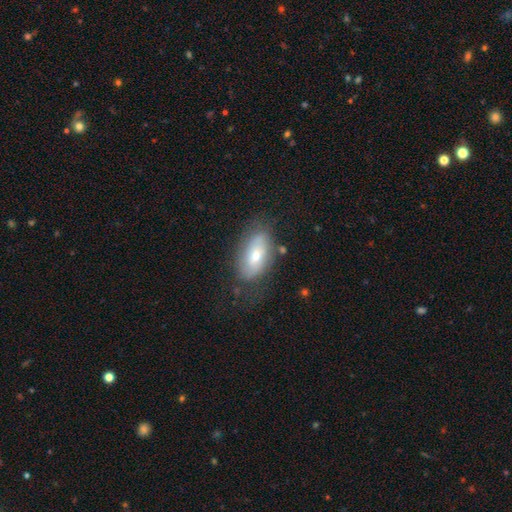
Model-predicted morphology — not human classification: This is possibly a smooth galaxy (54%). How rounded: clearly in between (90%). Merging: likely none (66%).